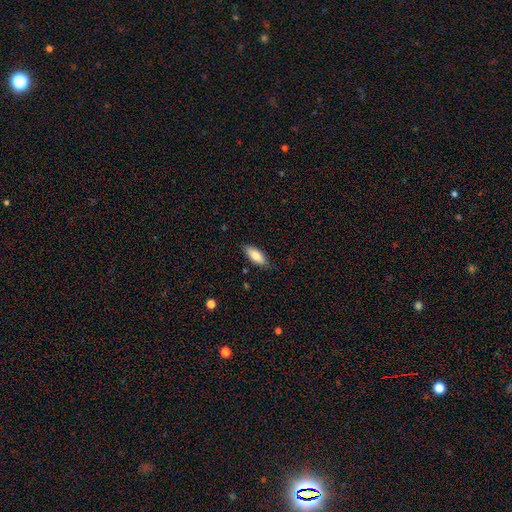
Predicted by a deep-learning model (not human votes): Smooth or featured?
  - smooth: 79% *
  - featured or disk: 14%
  - star or artifact: 6%
How rounded?
  - in between: 78% *
  - cigar-shaped: 20%
  - round: 2%
Merging?
  - none: 82% *
  - minor disturbance: 14%
  - major disturbance: 2%
  - merger: 1%